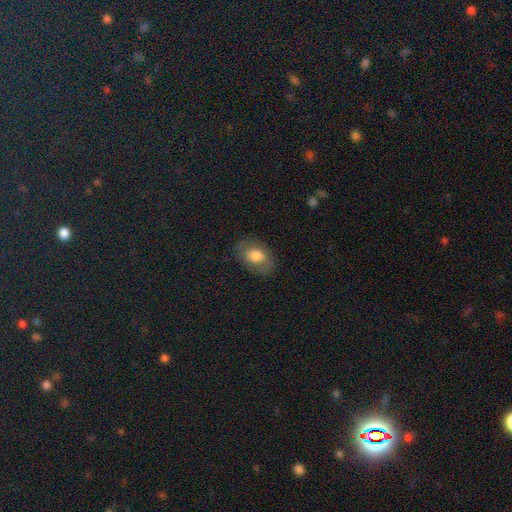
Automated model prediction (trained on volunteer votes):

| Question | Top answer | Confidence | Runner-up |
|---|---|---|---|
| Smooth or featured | smooth | 72% | featured or disk (20%) |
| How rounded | in between | 83% | round (16%) |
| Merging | none | 80% | minor disturbance (14%) |